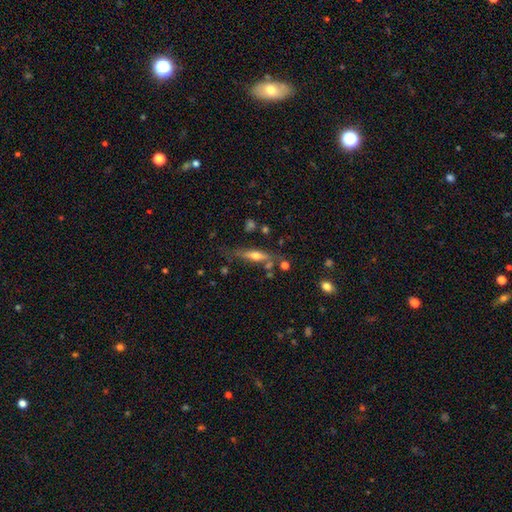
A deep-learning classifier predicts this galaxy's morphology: featured or disk 50%, smooth 42%, star or artifact 7%. Down the decision tree: edge-on disk — yes (84%); merging — none (62%).